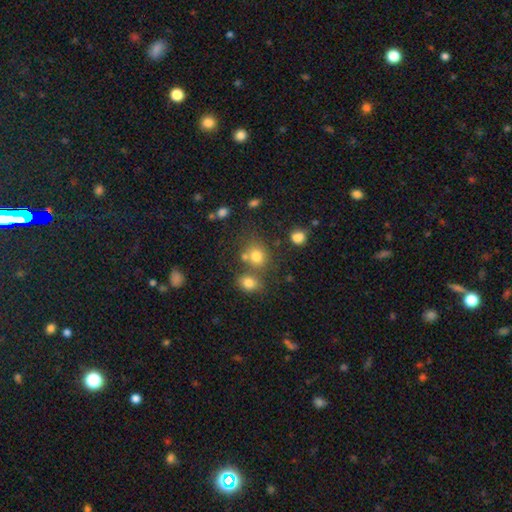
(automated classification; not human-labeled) Smooth or featured? smooth (74%)
How rounded? round (71%)
Merging? none (56%)